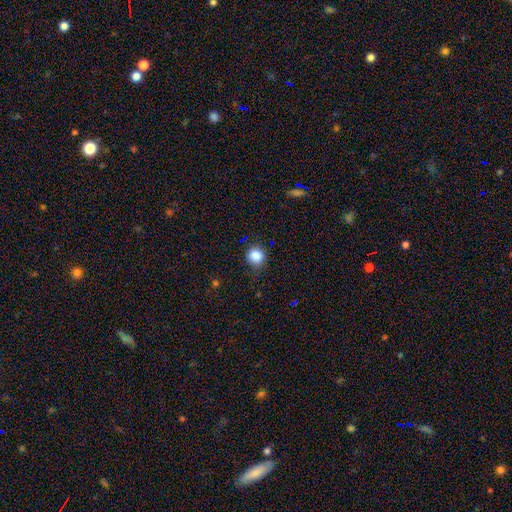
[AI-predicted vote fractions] smooth-or-featured: smooth: 85% | star or artifact: 11% | featured or disk: 4%
  how-rounded: round: 85% | in between: 14% | cigar-shaped: 1%
  merging: none: 80% | minor disturbance: 15% | major disturbance: 4% | merger: 1%